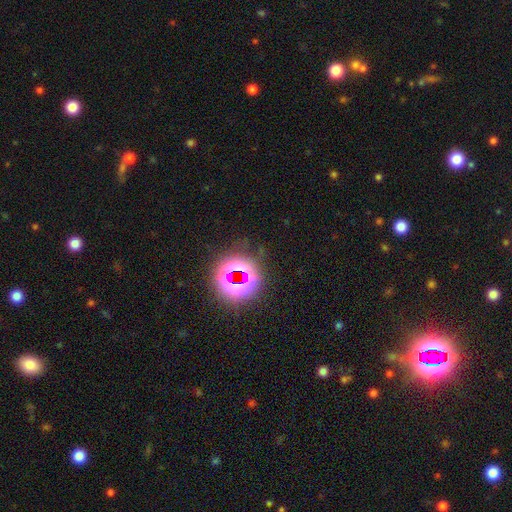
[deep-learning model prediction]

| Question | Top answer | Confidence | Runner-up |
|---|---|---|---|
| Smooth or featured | star or artifact | 81% | smooth (11%) |